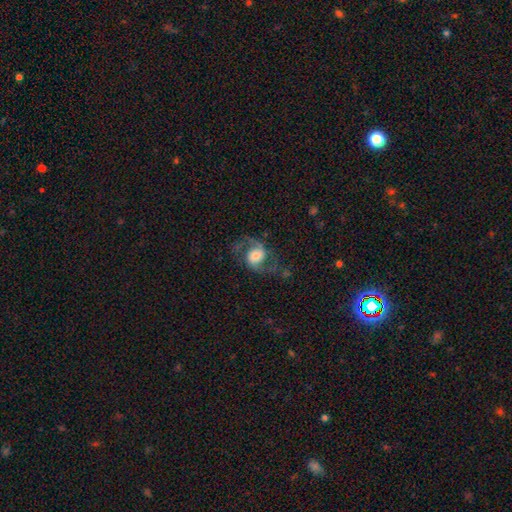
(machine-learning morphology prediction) Smooth or featured?
  - featured or disk: 80% *
  - smooth: 13%
  - star or artifact: 7%
Edge-on disk?
  - no: 97% *
  - yes: 3%
Bar?
  - no: 53% *
  - weak: 34%
  - strong: 13%
Spiral arms?
  - yes: 95% *
  - no: 5%
Spiral winding?
  - loose: 48% *
  - medium: 45%
  - tight: 8%
Spiral arm count?
  - 2: 92% *
  - 1: 2%
  - can't tell: 2%
  - 3: 1%
  - 4: 1%
  - more than 4: 1%
Bulge size?
  - moderate: 46% *
  - large: 25%
  - small: 21%
  - dominant: 5%
  - none: 3%
Merging?
  - none: 69% *
  - minor disturbance: 15%
  - major disturbance: 15%
  - merger: 2%